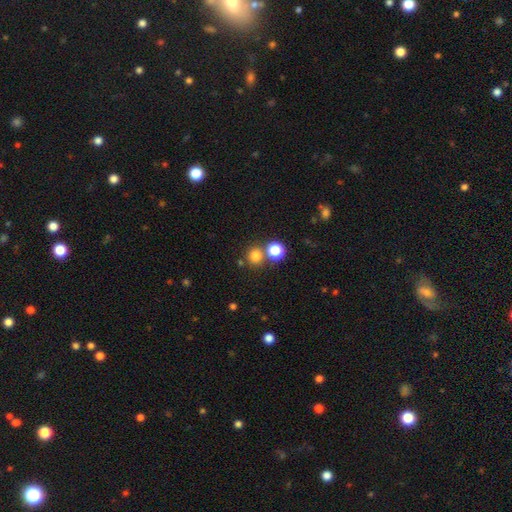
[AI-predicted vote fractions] smooth 78%, star or artifact 16%, featured or disk 6%. Down the decision tree: how rounded — round (91%); merging — none (71%).